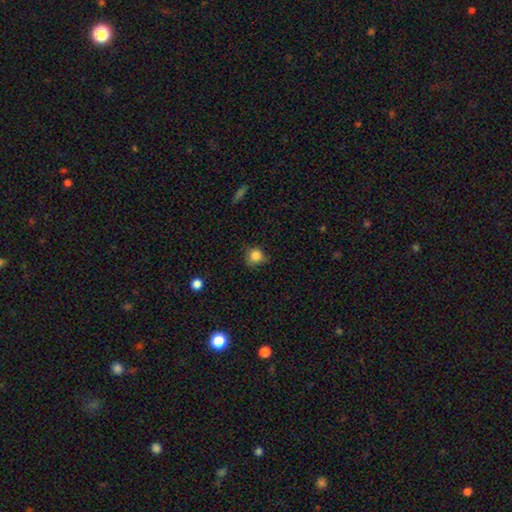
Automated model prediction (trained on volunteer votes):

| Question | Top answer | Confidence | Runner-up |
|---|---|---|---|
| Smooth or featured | smooth | 83% | star or artifact (11%) |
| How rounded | round | 84% | in between (15%) |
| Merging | none | 64% | minor disturbance (27%) |